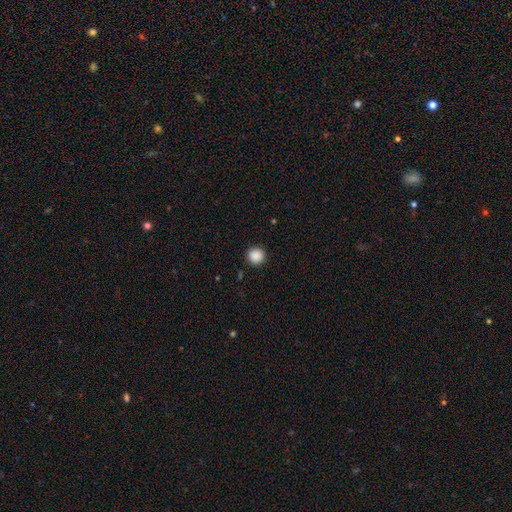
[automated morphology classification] This is clearly a smooth galaxy (88%). How rounded: clearly round (94%). Merging: clearly none (92%).